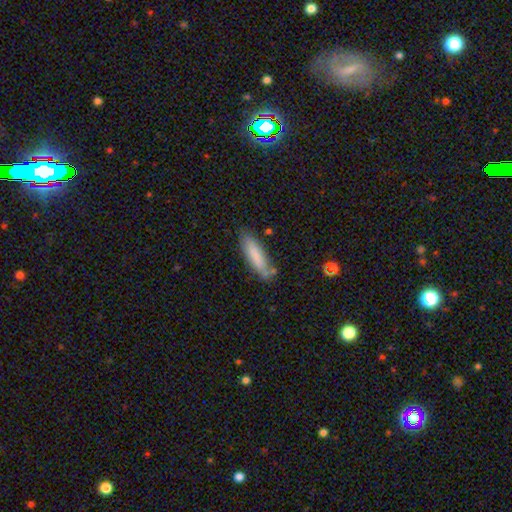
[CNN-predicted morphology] Q: Smooth or featured?
A: smooth (81%); runner-up: featured or disk (13%)
Q: How rounded?
A: cigar-shaped (68%); runner-up: in between (30%)
Q: Merging?
A: none (70%); runner-up: minor disturbance (20%)